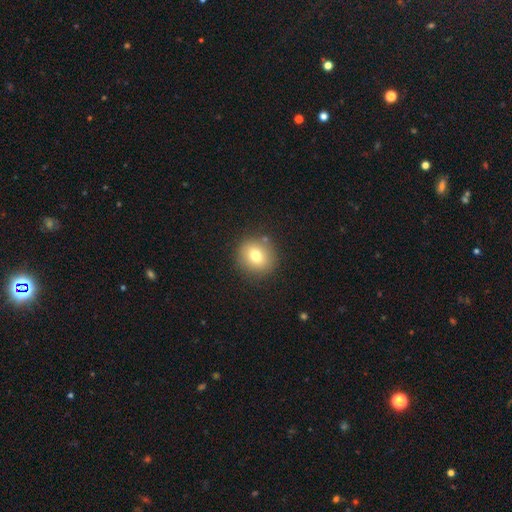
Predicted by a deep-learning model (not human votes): Smooth or featured? smooth (75%)
How rounded? round (85%)
Merging? none (86%)